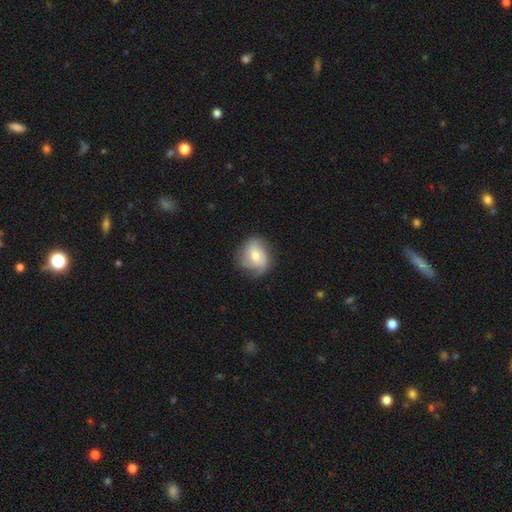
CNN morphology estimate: Smooth or featured?
  - featured or disk: 58% *
  - smooth: 35%
  - star or artifact: 7%
Edge-on disk?
  - no: 97% *
  - yes: 3%
Bar?
  - no: 60% *
  - weak: 32%
  - strong: 8%
Spiral arms?
  - yes: 86% *
  - no: 14%
Bulge size?
  - moderate: 65% *
  - small: 28%
  - large: 5%
  - none: 1%
  - dominant: 1%
Merging?
  - none: 65% *
  - minor disturbance: 24%
  - major disturbance: 9%
  - merger: 1%